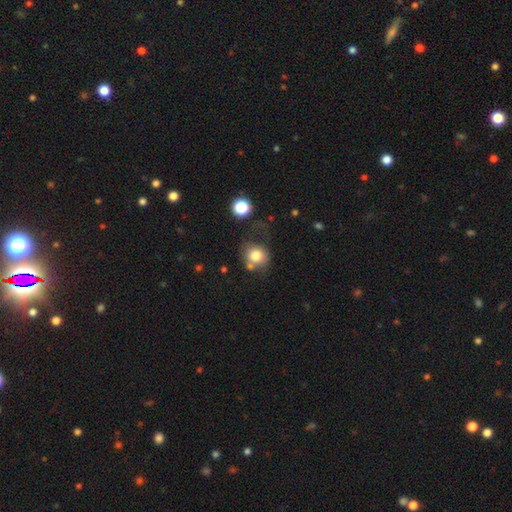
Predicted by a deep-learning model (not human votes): This appears to be a smooth galaxy with no disk features (78%) that is round (80%). Merging: none (55%).